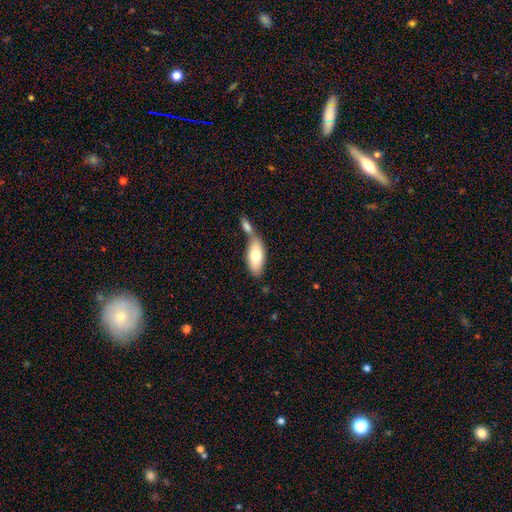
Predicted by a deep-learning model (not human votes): Smooth or featured: smooth — 72% (featured or disk — 22%)
How rounded: in between — 87% (cigar-shaped — 11%)
Merging: merger — 46% (none — 38%)